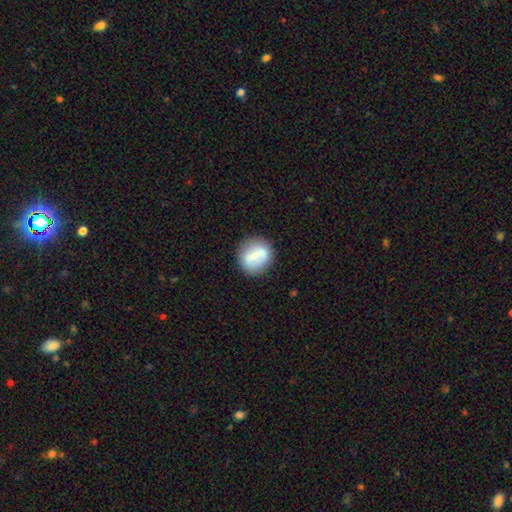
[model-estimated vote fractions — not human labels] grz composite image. It shows a smooth galaxy with no disk features (60%) that is round (78%). Merging: none (77%).